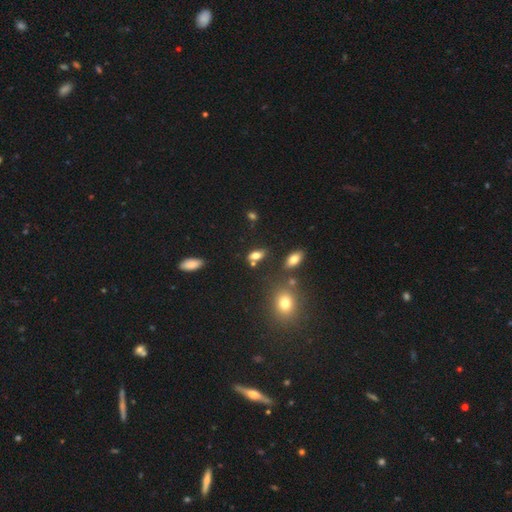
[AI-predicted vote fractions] Smooth or featured? Predicted: smooth (p=0.72). How rounded? Predicted: in between (p=0.82). Merging? Predicted: none (p=0.67).